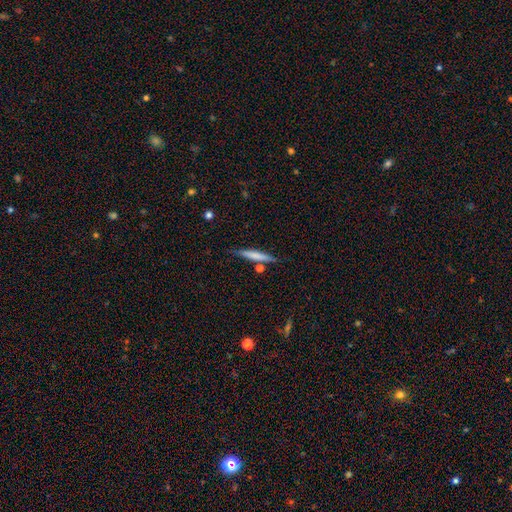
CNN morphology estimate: Overall: smooth (66%; featured or disk 28%). How rounded: cigar-shaped (93%). Merging: none (77%).